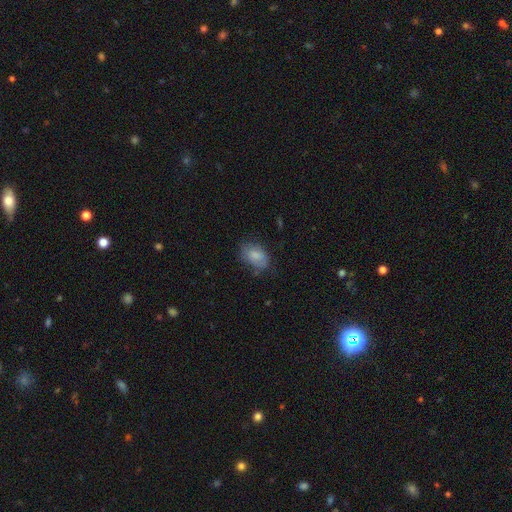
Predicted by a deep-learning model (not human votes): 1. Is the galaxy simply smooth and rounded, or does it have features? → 80% smooth, 12% featured or disk, 8% star or artifact.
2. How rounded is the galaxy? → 87% in between, 12% round, 1% cigar-shaped.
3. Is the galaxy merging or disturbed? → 60% none, 28% minor disturbance, 9% major disturbance, 3% merger.